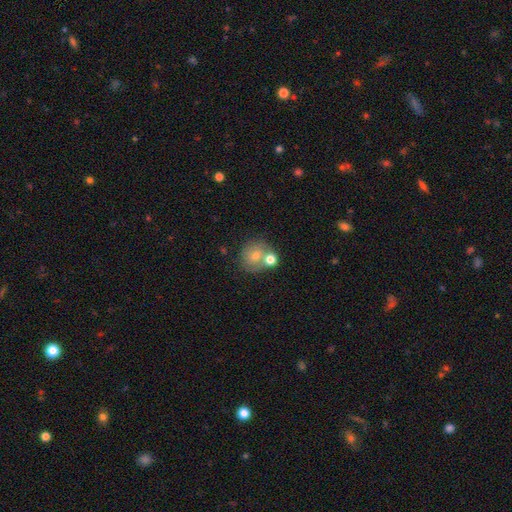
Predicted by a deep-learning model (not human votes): Smooth or featured?
  - smooth: 61% *
  - featured or disk: 27%
  - star or artifact: 13%
How rounded?
  - round: 83% *
  - in between: 16%
  - cigar-shaped: 1%
Merging?
  - none: 54% *
  - merger: 28%
  - minor disturbance: 13%
  - major disturbance: 5%